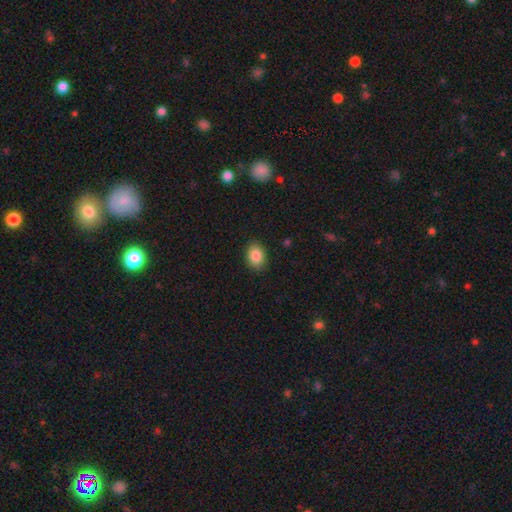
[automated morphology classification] type=smooth (86%); roundness=in between (77%); merging=none (88%).